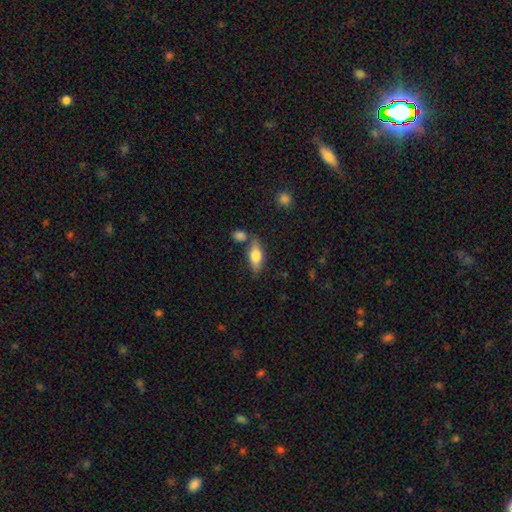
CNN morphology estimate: Smooth or featured? Predicted: smooth (p=0.63). How rounded? Predicted: in between (p=0.72). Merging? Predicted: none (p=0.71).